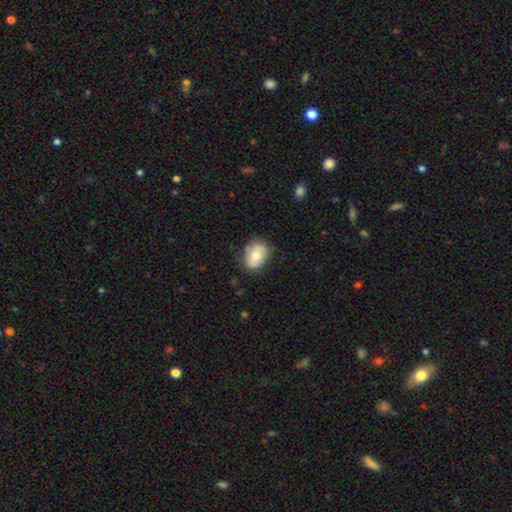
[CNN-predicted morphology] Smooth or featured?
  - smooth: 70% *
  - featured or disk: 23%
  - star or artifact: 7%
How rounded?
  - in between: 68% *
  - round: 31%
  - cigar-shaped: 1%
Merging?
  - none: 76% *
  - minor disturbance: 19%
  - major disturbance: 4%
  - merger: 1%